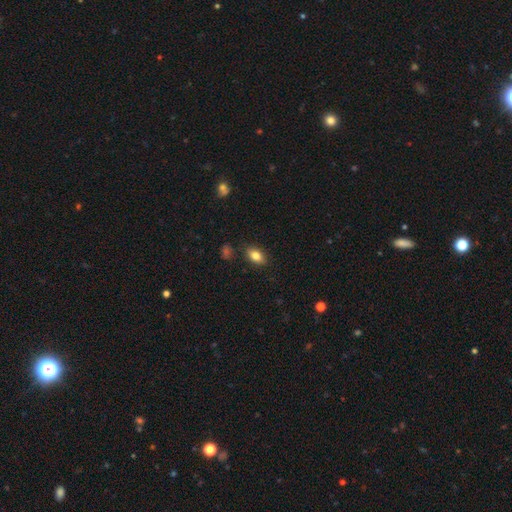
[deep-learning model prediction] Q: Smooth or featured?
A: smooth (81%); runner-up: featured or disk (11%)
Q: How rounded?
A: in between (87%); runner-up: round (8%)
Q: Merging?
A: none (85%); runner-up: minor disturbance (11%)